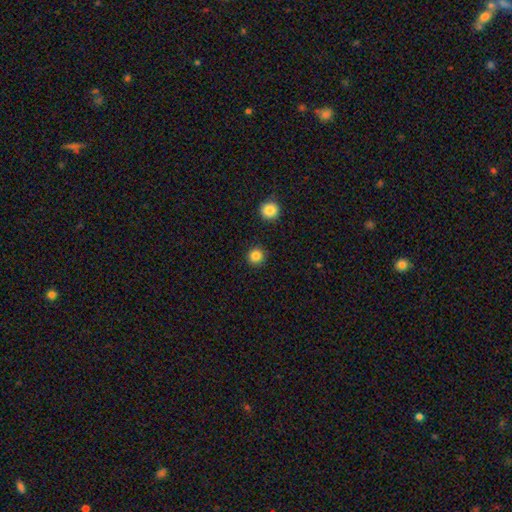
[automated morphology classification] Smooth or featured? smooth (85%)
How rounded? round (94%)
Merging? none (92%)